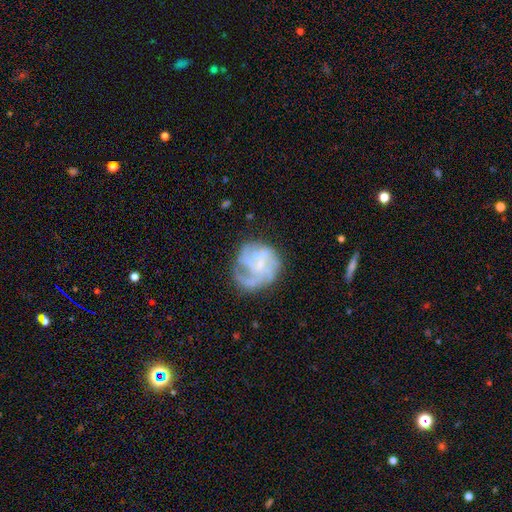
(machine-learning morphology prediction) The model was most divided on "spiral winding" (2-way tie): medium: 39%, tight: 39%, loose: 22%. Remaining: edge-on disk — no (98%); spiral arms — yes (78%); smooth or featured — featured or disk (74%); bar — no (69%); bulge size — small (63%); merging — none (52%); spiral arm count — can't tell (32%).